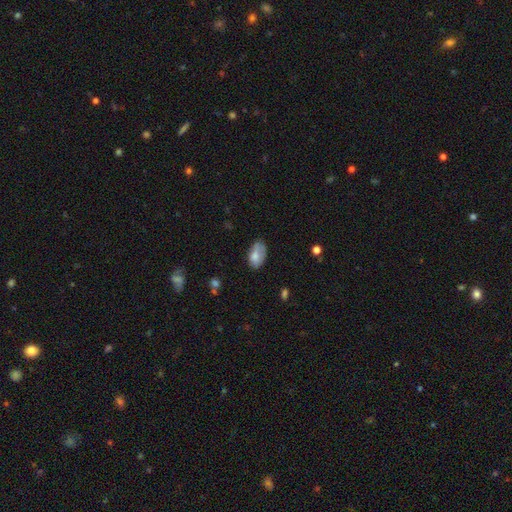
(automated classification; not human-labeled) This is likely a smooth galaxy (73%). How rounded: clearly in between (91%). Merging: possibly none (52%).